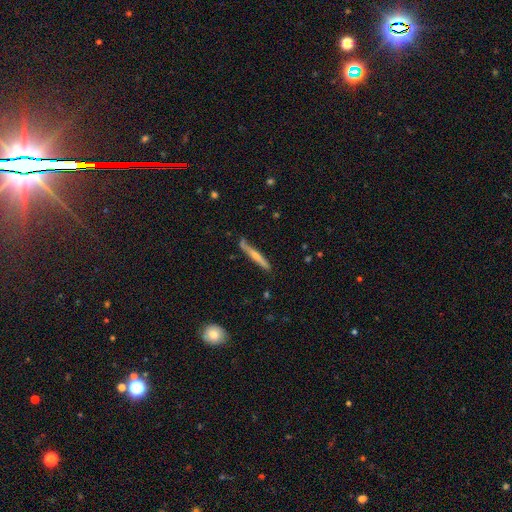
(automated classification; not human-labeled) smooth-or-featured: featured or disk: 61% | smooth: 33% | star or artifact: 6%
  disk-edge-on: yes: 96% | no: 4%
    edge-on-bulge: rounded: 69% | none: 23% | boxy: 8%
  merging: none: 83% | minor disturbance: 12% | merger: 2% | major disturbance: 2%